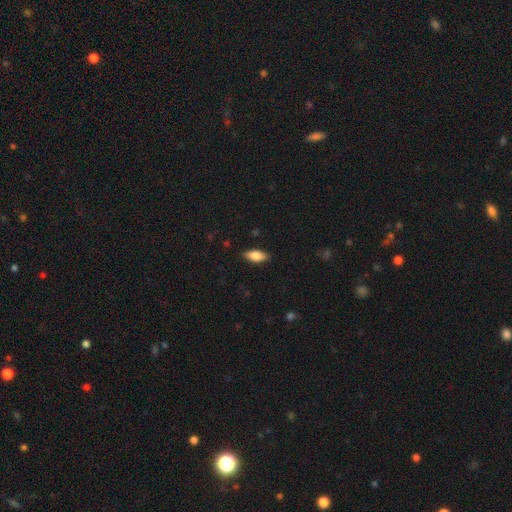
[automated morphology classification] smooth-or-featured: smooth: 78% | featured or disk: 16% | star or artifact: 7%
  how-rounded: in between: 84% | cigar-shaped: 13% | round: 3%
  merging: none: 87% | minor disturbance: 10% | major disturbance: 2% | merger: 1%